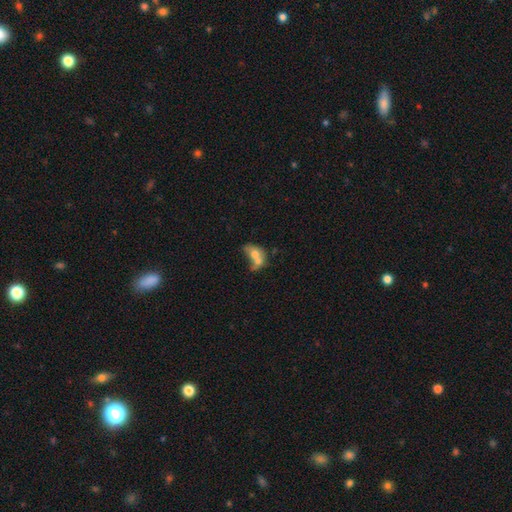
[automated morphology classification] Smooth or featured? Predicted: smooth (p=0.62). How rounded? Predicted: in between (p=0.64). Merging? Predicted: merger (p=0.68).